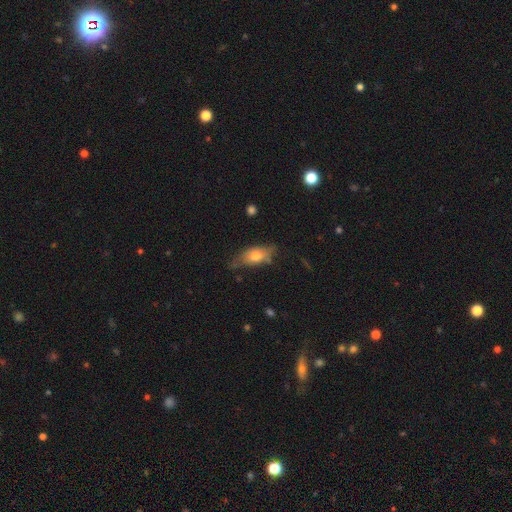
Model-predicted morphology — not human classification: type=smooth (64%); roundness=in between (82%); merging=none (53%).